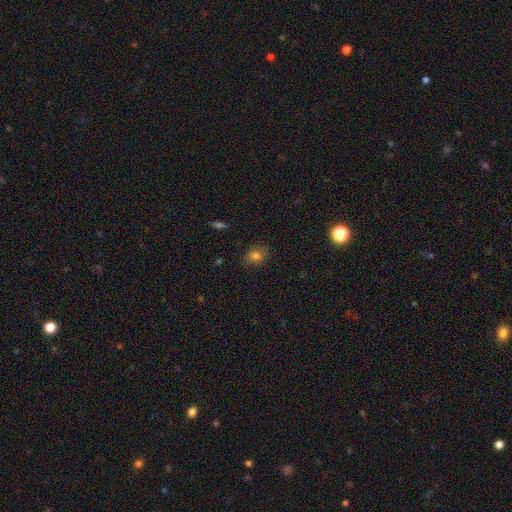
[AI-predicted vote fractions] This appears to be a smooth galaxy with no disk features (78%) that is round (50%). Merging: none (83%).